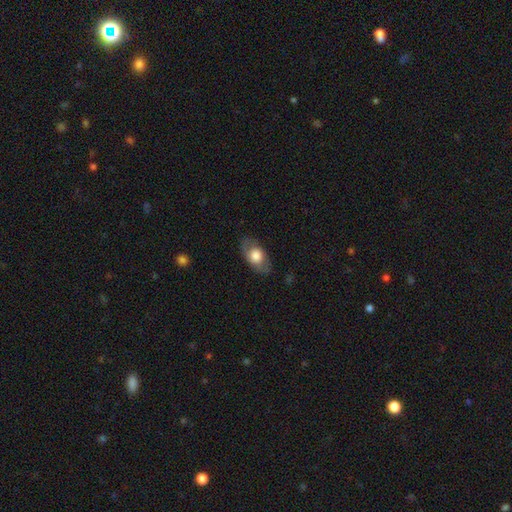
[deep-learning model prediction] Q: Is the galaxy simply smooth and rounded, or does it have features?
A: smooth — 61%.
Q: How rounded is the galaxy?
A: in between — 87%.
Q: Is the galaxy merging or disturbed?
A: none — 81%.